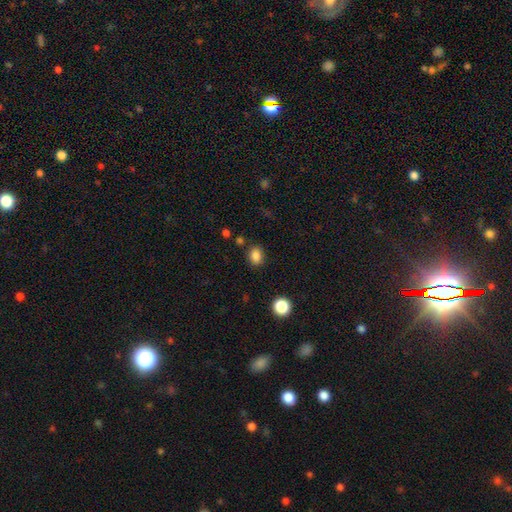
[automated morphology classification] The model was most divided on "how rounded": in between: 56%, round: 43%, cigar-shaped: 1%. More confident: smooth or featured — smooth (84%); merging — none (81%).